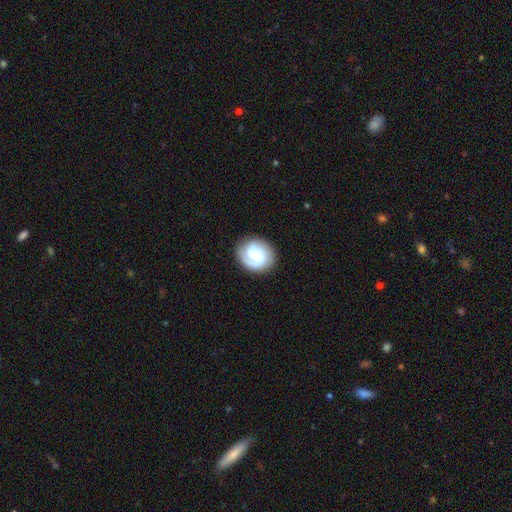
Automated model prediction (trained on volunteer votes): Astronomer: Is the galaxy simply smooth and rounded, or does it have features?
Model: featured or disk — 68%.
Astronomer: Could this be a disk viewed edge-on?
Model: no — 98%.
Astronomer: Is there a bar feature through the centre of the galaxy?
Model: weak — 48% (runner-up: no, 38%).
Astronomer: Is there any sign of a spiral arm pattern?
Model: yes — 94%.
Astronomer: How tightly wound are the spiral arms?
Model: tight — 44% (runner-up: medium, 40%).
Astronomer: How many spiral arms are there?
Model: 2 — 55%.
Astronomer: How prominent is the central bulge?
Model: small — 38% (runner-up: moderate, 29%).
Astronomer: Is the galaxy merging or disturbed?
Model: none — 80%.